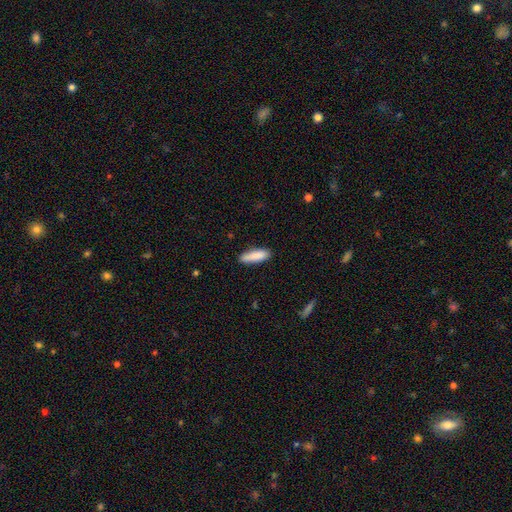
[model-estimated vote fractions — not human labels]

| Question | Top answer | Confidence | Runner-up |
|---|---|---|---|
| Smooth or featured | smooth | 88% | featured or disk (6%) |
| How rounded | cigar-shaped | 56% | in between (43%) |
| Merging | none | 87% | minor disturbance (10%) |